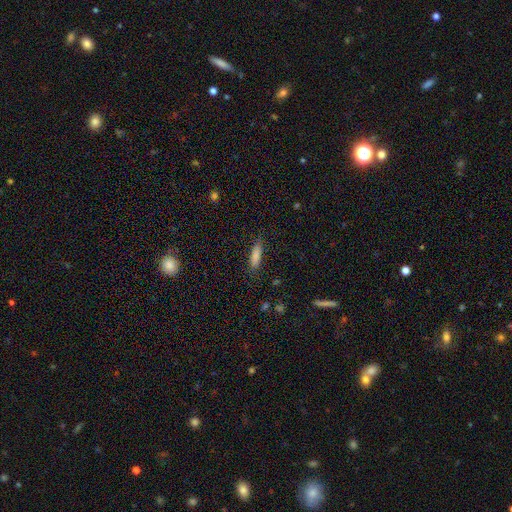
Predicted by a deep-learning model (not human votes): Overall: smooth (84%). How rounded: cigar-shaped (61%; in between 37%). Merging: none (82%).